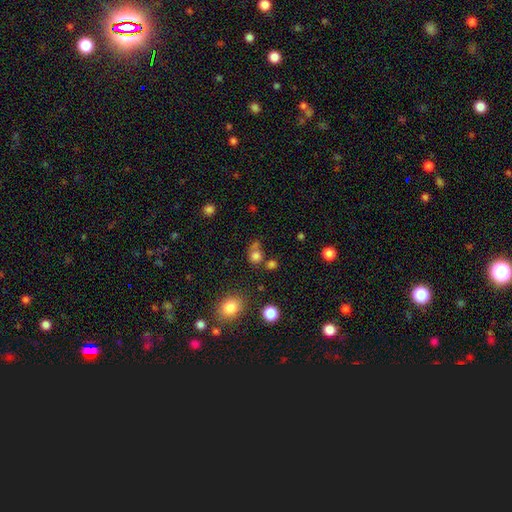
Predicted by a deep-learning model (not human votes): Smooth or featured?
  - smooth: 77% *
  - star or artifact: 16%
  - featured or disk: 7%
How rounded?
  - round: 75% *
  - in between: 24%
  - cigar-shaped: 1%
Merging?
  - none: 50% *
  - merger: 25%
  - minor disturbance: 15%
  - major disturbance: 9%